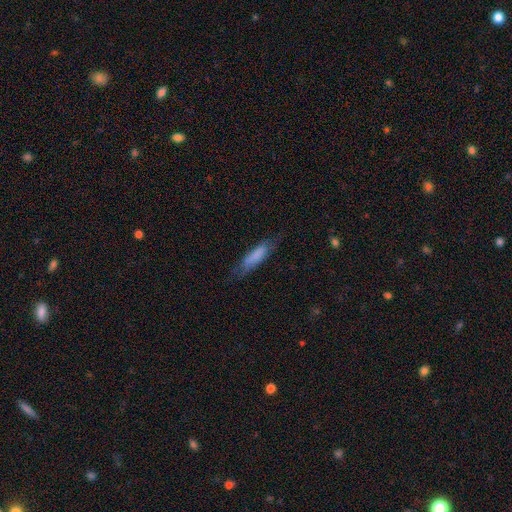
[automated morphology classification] A smooth galaxy with no disk features (72%) that is cigar-shaped (66%).

Vote fractions:
- Smooth or featured? smooth: 72% / featured or disk: 22% / star or artifact: 7%
- How rounded? cigar-shaped: 66% / in between: 33% / round: 2%
- Merging? none: 66% / minor disturbance: 24% / major disturbance: 9% / merger: 2%